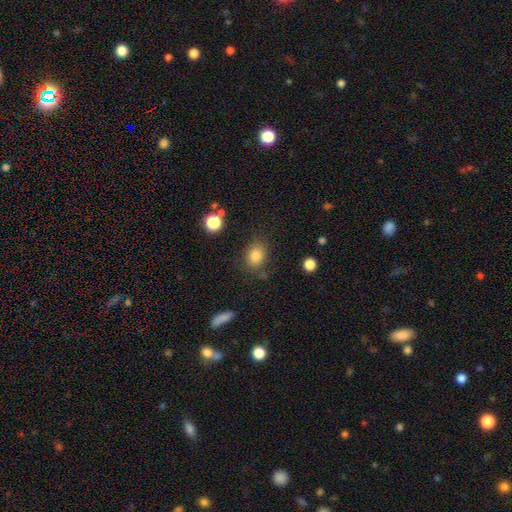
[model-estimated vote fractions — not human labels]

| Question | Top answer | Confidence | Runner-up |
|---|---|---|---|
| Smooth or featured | smooth | 83% | star or artifact (11%) |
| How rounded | in between | 61% | round (38%) |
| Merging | none | 76% | minor disturbance (15%) |